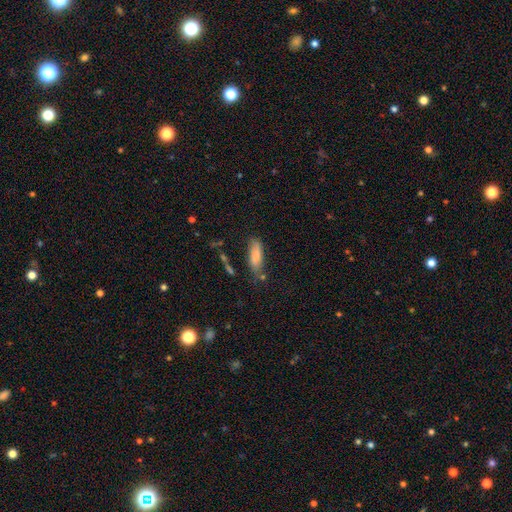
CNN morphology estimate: Smooth or featured: smooth — 82% (featured or disk — 11%)
How rounded: in between — 65% (cigar-shaped — 33%)
Merging: none — 65% (minor disturbance — 23%)